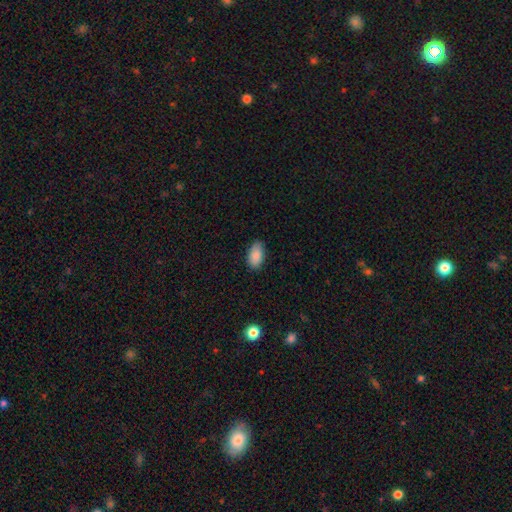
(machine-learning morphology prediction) A smooth galaxy with no disk features (88%) that is in between round and cigar-shaped (93%).

Vote fractions:
- Smooth or featured? smooth: 88% / star or artifact: 7% / featured or disk: 5%
- How rounded? in between: 93% / round: 5% / cigar-shaped: 2%
- Merging? none: 81% / minor disturbance: 15% / major disturbance: 3% / merger: 1%